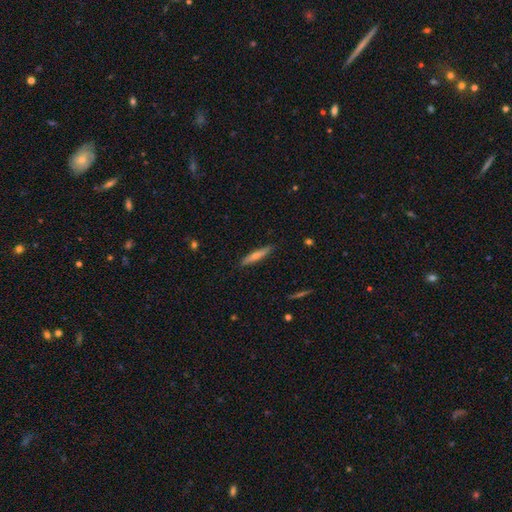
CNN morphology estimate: Smooth or featured? Predicted: featured or disk (p=0.49). Merging? Predicted: none (p=0.88).